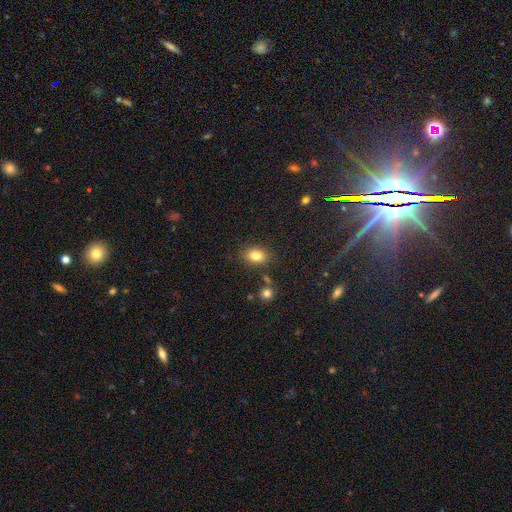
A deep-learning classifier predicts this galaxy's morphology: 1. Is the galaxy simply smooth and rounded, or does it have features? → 81% smooth, 10% star or artifact, 9% featured or disk.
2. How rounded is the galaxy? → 75% in between, 24% round, 1% cigar-shaped.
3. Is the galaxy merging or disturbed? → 81% none, 12% minor disturbance, 4% merger, 3% major disturbance.